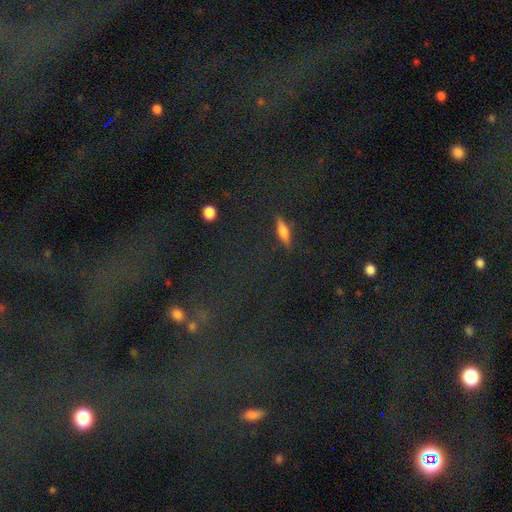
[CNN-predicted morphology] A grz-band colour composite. It shows a star or artifact, not a galaxy (75%).